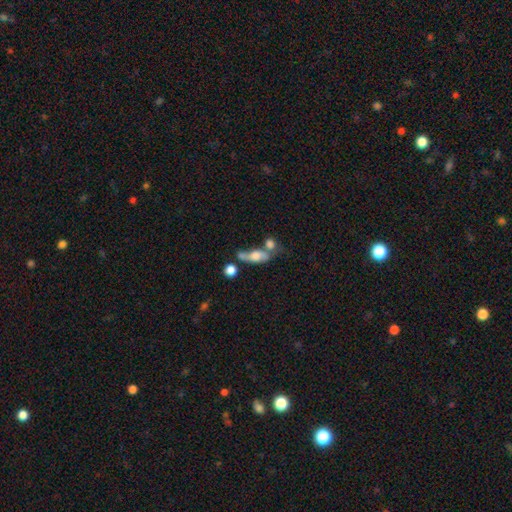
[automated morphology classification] This is possibly a smooth galaxy (48%). Merging: marginally merger (35%).